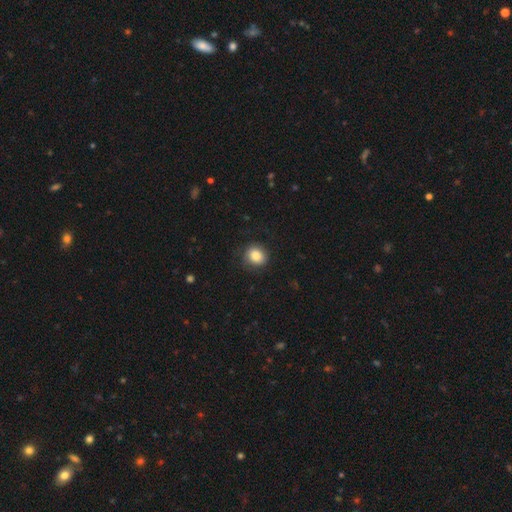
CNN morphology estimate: A smooth galaxy with no disk features (84%) that is round (78%).

Vote fractions:
- Smooth or featured? smooth: 84% / star or artifact: 9% / featured or disk: 7%
- How rounded? round: 78% / in between: 21% / cigar-shaped: 1%
- Merging? none: 84% / minor disturbance: 12% / major disturbance: 4% / merger: 1%